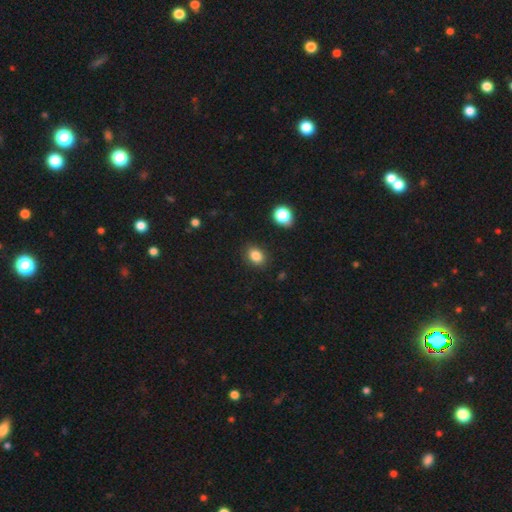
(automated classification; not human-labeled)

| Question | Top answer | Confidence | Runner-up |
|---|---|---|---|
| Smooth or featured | smooth | 84% | star or artifact (11%) |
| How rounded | in between | 66% | round (33%) |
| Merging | none | 86% | minor disturbance (10%) |